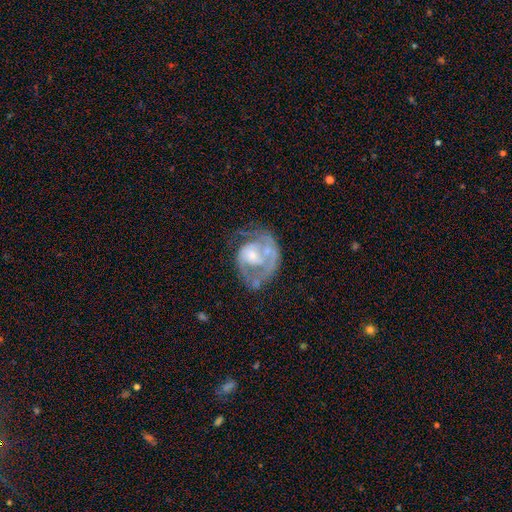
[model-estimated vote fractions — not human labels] The model was most divided on "spiral arm count": 1: 33%, 2: 32%, can't tell: 25%, 3: 6%, 4: 2%, more than 4: 2%. Remaining: edge-on disk — no (98%); smooth or featured — featured or disk (77%); spiral arms — yes (76%); bar — no (65%); spiral winding — tight (49%); bulge size — small (46%); merging — none (45%).